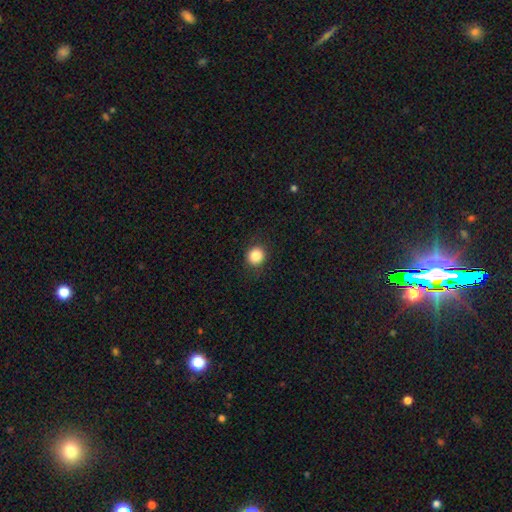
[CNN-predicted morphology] smooth 85%, star or artifact 10%, featured or disk 4%. Down the decision tree: how rounded — round (87%); merging — none (89%).